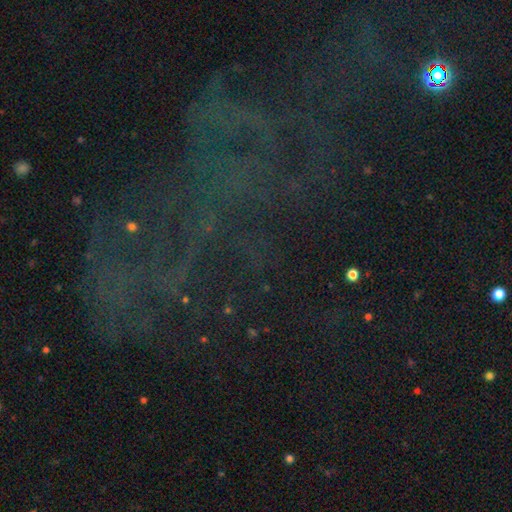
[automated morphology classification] A star or artifact, not a galaxy (68%).

Vote fractions:
- Smooth or featured? star or artifact: 68% / featured or disk: 19% / smooth: 13%